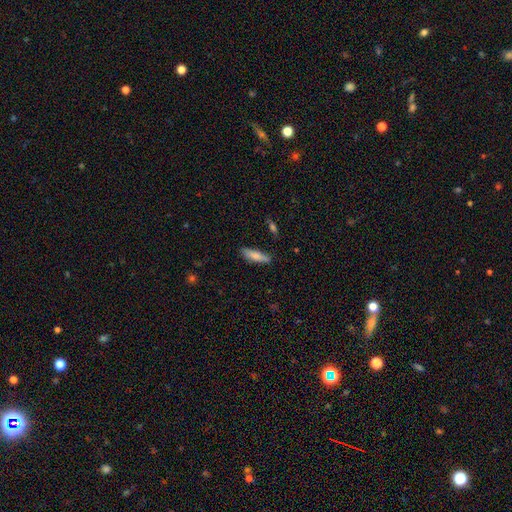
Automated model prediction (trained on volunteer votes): Smooth or featured: smooth — 81% (featured or disk — 13%)
How rounded: cigar-shaped — 60% (in between — 38%)
Merging: none — 76% (minor disturbance — 18%)